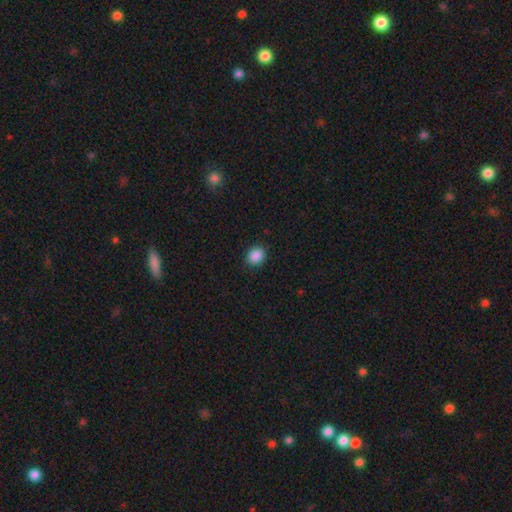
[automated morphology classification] The model was most divided on "how rounded": round: 60%, in between: 39%, cigar-shaped: 1%. More confident: merging — none (89%); smooth or featured — smooth (89%).